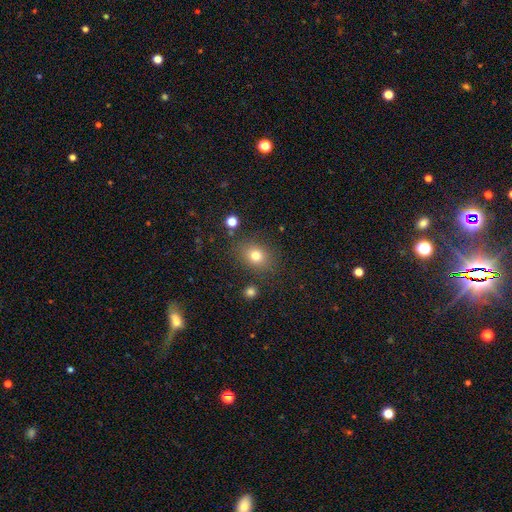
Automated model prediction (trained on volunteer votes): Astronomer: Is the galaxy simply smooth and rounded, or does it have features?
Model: smooth — 77%.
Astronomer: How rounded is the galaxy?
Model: round — 51% (runner-up: in between, 48%).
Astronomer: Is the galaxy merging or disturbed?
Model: none — 82%.